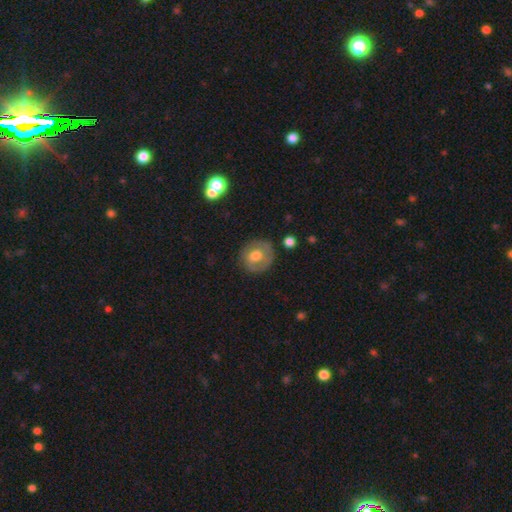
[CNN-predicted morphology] This is possibly a smooth galaxy (57%). How rounded: clearly round (81%). Merging: likely none (73%).